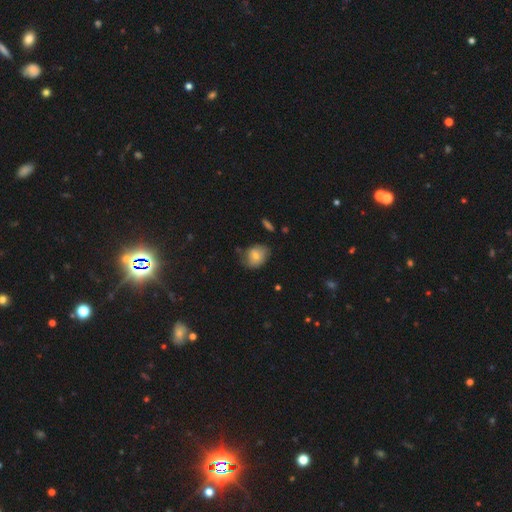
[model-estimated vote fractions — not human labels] Q: Smooth or featured?
A: smooth (73%); runner-up: featured or disk (19%)
Q: How rounded?
A: in between (55%); runner-up: round (44%)
Q: Merging?
A: none (55%); runner-up: minor disturbance (33%)